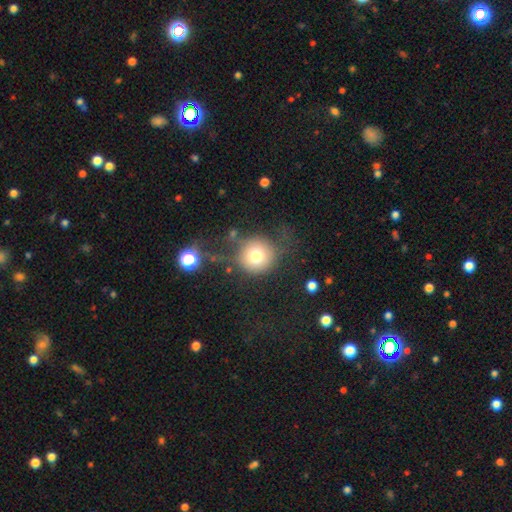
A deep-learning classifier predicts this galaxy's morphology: A smooth galaxy with no disk features (74%) that is round (92%). Merging: none (63%).